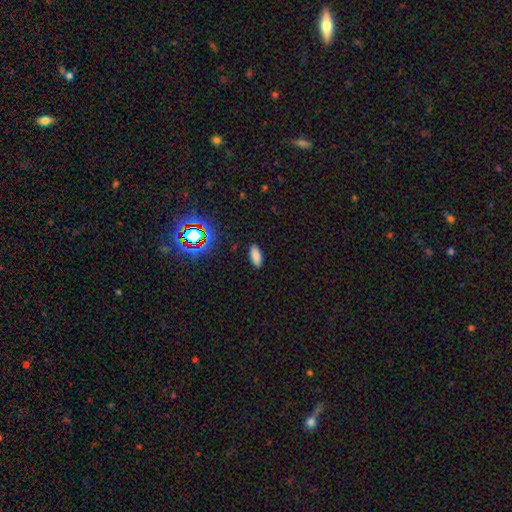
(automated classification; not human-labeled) smooth 80%, star or artifact 13%, featured or disk 6%. Down the decision tree: how rounded — in between (83%); merging — none (88%).